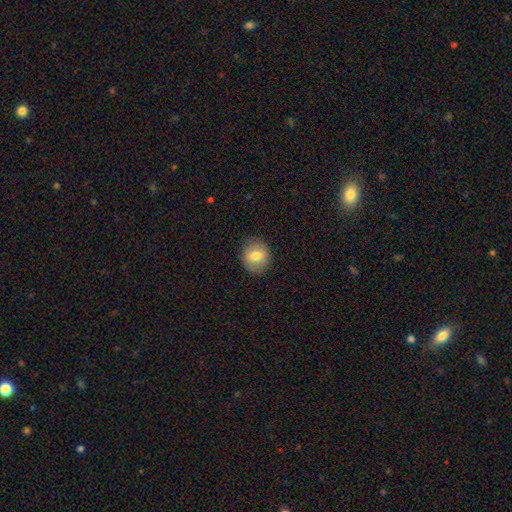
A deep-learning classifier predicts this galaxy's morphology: Smooth or featured? Predicted: smooth (p=0.73). How rounded? Predicted: round (p=0.78). Merging? Predicted: none (p=0.87).